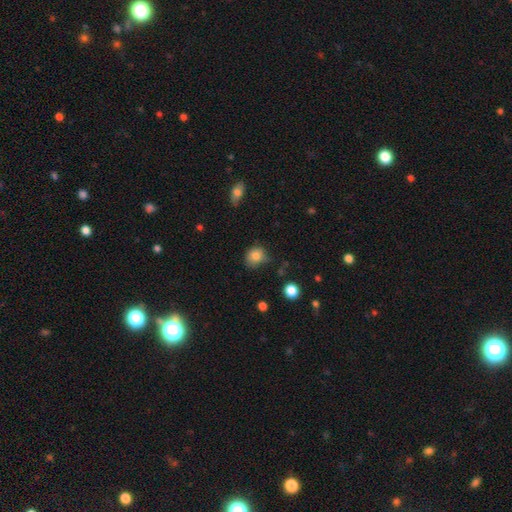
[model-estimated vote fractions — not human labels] This appears to be a smooth galaxy with no disk features (81%) that is round (72%). Merging: none (61%).